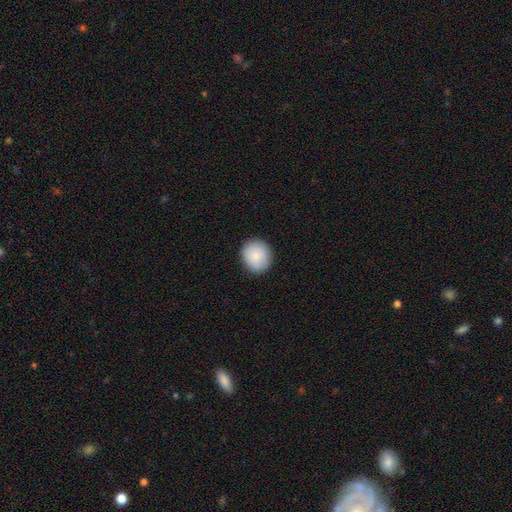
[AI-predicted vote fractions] Overall: smooth (84%). How rounded: round (84%). Merging: none (88%).